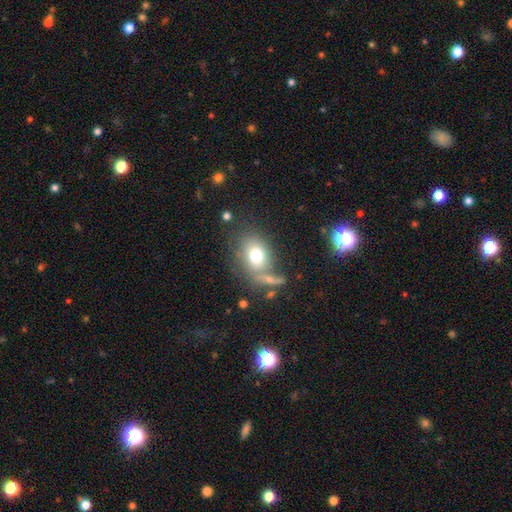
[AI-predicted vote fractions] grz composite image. It shows a smooth galaxy with no disk features (75%) that is in between round and cigar-shaped (65%). Merging: none (57%).